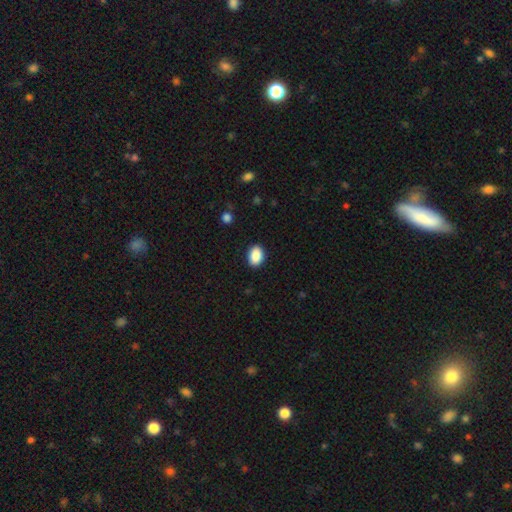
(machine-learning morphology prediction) smooth 90%, star or artifact 7%, featured or disk 3%. Down the decision tree: how rounded — in between (81%); merging — none (89%).